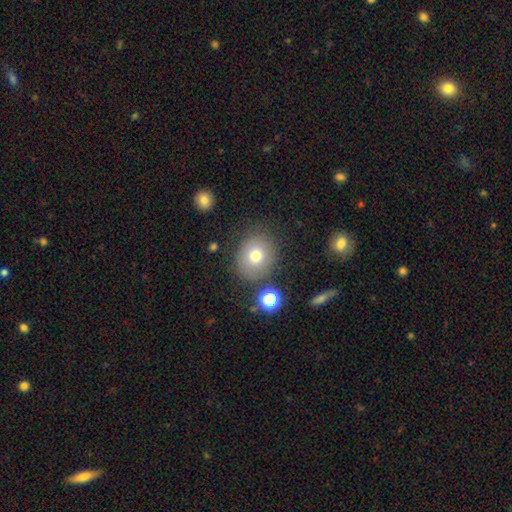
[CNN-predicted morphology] smooth_or_featured: smooth (p=0.73) [alt: featured or disk p=0.16]
how_rounded: round (p=0.69) [alt: in between p=0.30]
merging: none (p=0.76) [alt: minor disturbance p=0.14]